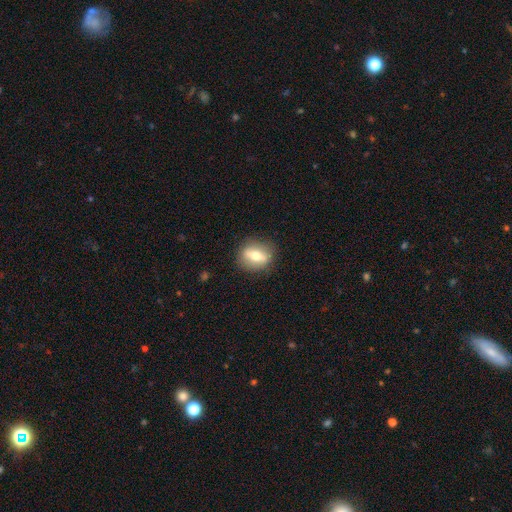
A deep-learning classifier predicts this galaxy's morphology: The model was most divided on "how rounded": in between: 48%, round: 47%, cigar-shaped: 5%. More confident: merging — none (84%); smooth or featured — smooth (52%).